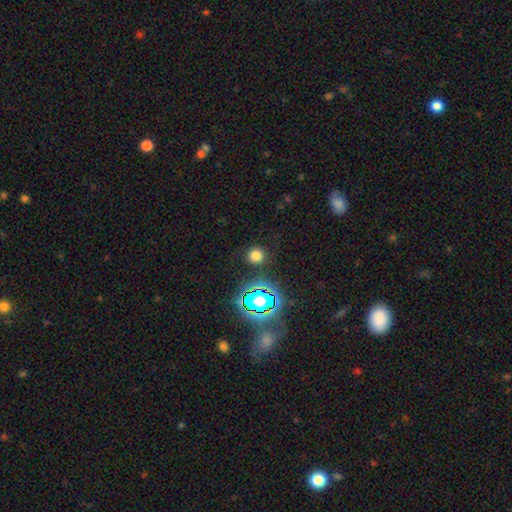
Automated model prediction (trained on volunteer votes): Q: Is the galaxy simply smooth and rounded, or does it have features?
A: smooth — 70%.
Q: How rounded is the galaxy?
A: round — 89%.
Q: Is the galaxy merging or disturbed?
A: none — 88%.